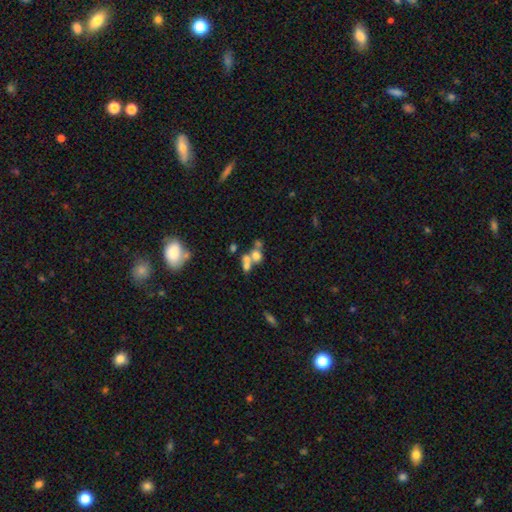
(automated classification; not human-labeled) This is possibly a smooth galaxy (59%). How rounded: possibly round (59%). Merging: possibly merger (58%).